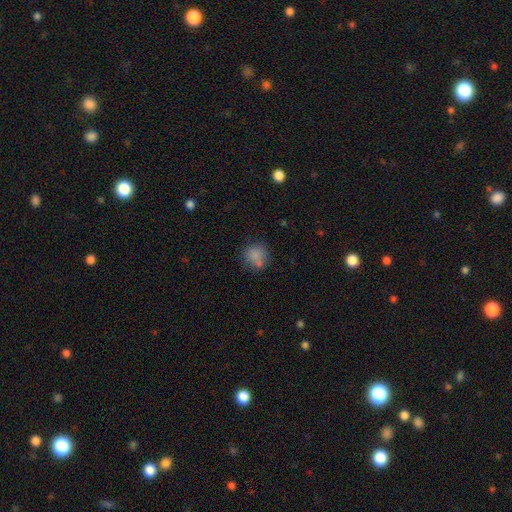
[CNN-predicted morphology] A smooth galaxy with no disk features (79%) that is round (80%). Merging: none (63%).